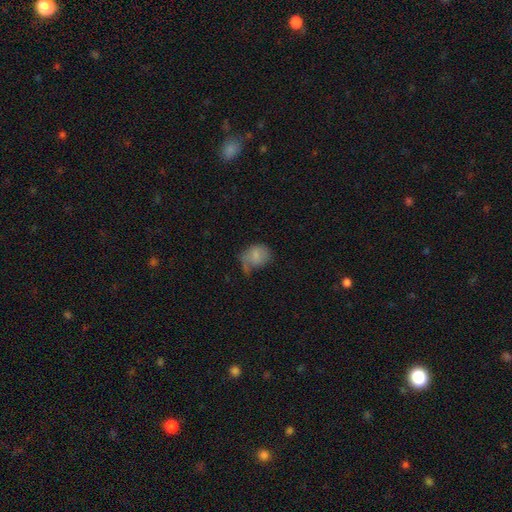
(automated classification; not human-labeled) Q: Smooth or featured?
A: smooth (69%); runner-up: featured or disk (22%)
Q: How rounded?
A: in between (53%); runner-up: round (46%)
Q: Merging?
A: none (32%); tied with: minor disturbance (32%)